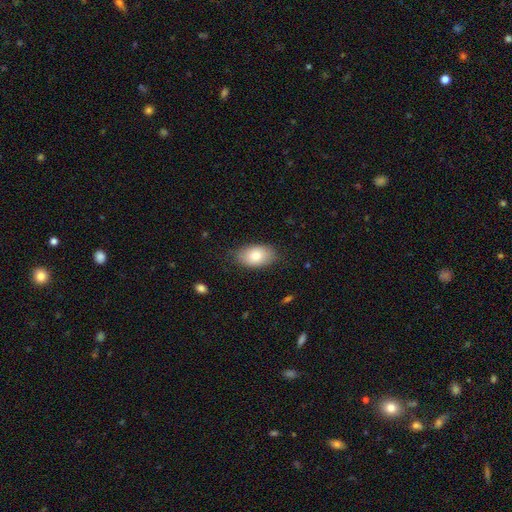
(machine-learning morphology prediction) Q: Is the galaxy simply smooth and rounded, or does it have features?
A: smooth — 82%.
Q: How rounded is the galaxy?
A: in between — 92%.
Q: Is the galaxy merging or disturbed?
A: none — 81%.